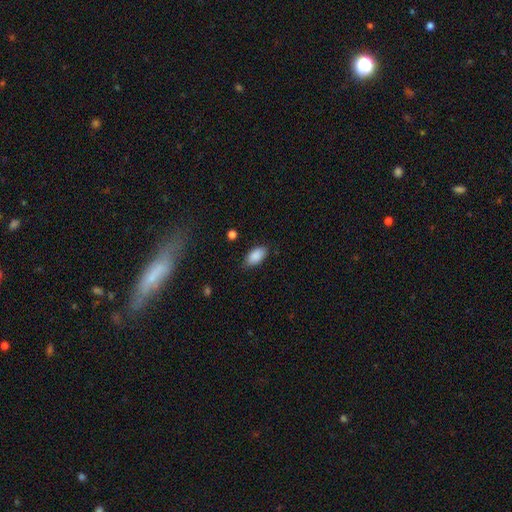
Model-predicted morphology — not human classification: Smooth or featured?
  - smooth: 89% *
  - star or artifact: 7%
  - featured or disk: 4%
How rounded?
  - in between: 93% *
  - cigar-shaped: 4%
  - round: 3%
Merging?
  - none: 81% *
  - minor disturbance: 15%
  - major disturbance: 3%
  - merger: 1%